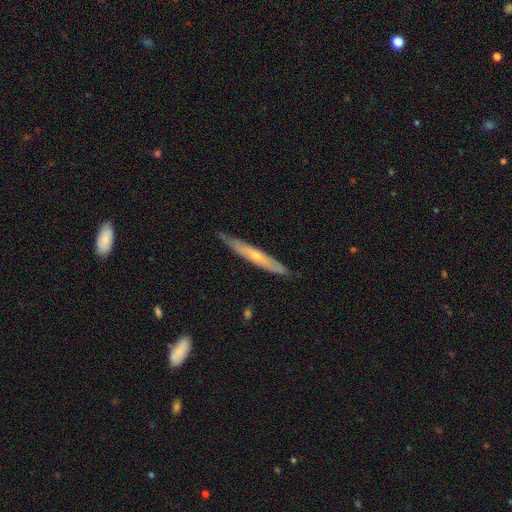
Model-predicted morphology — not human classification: Smooth or featured?
  - featured or disk: 59% *
  - smooth: 35%
  - star or artifact: 6%
Edge-on disk?
  - yes: 83% *
  - no: 17%
Merging?
  - none: 80% *
  - minor disturbance: 17%
  - major disturbance: 2%
  - merger: 1%